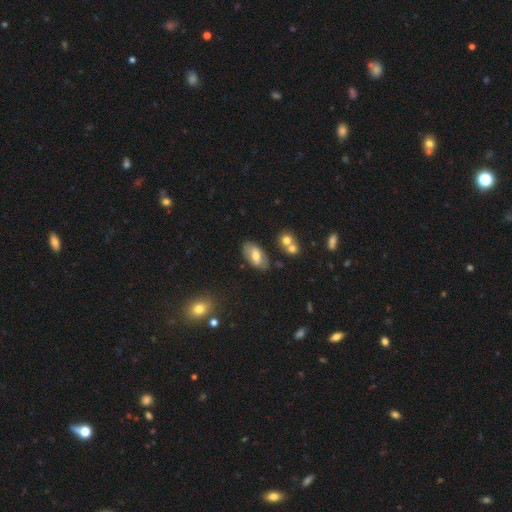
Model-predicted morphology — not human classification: Smooth or featured? Predicted: smooth (p=0.54). How rounded? Predicted: in between (p=0.91). Merging? Predicted: none (p=0.74).